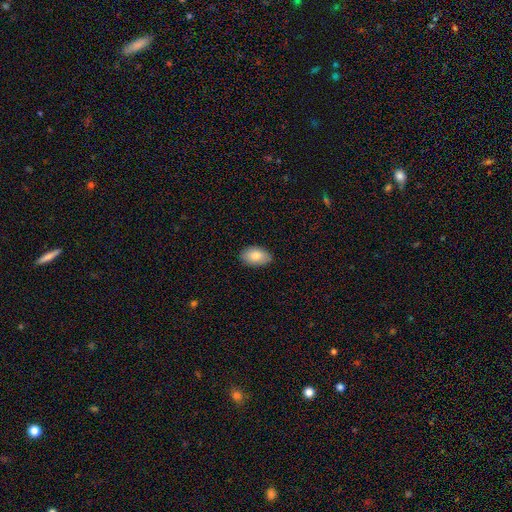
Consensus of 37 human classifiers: smooth-or-featured: smooth: 89% | featured or disk: 8% | star or artifact: 3%
  how-rounded: in between: 91% | round: 9% | cigar-shaped: 0%
  merging: none: 94% | minor disturbance: 3% | major disturbance: 3% | merger: 0%